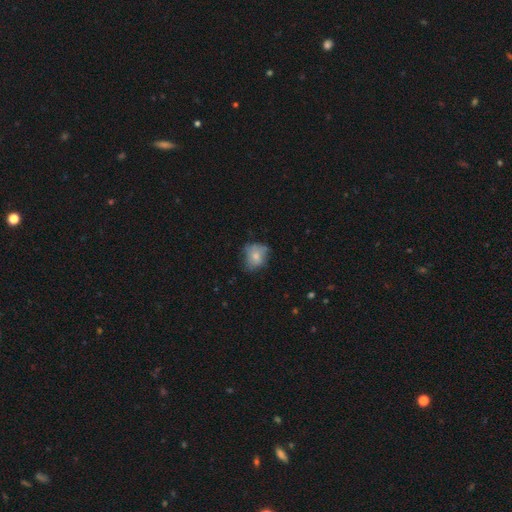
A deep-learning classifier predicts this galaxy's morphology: This is likely a smooth galaxy (66%). How rounded: possibly round (60%). Merging: possibly none (51%).